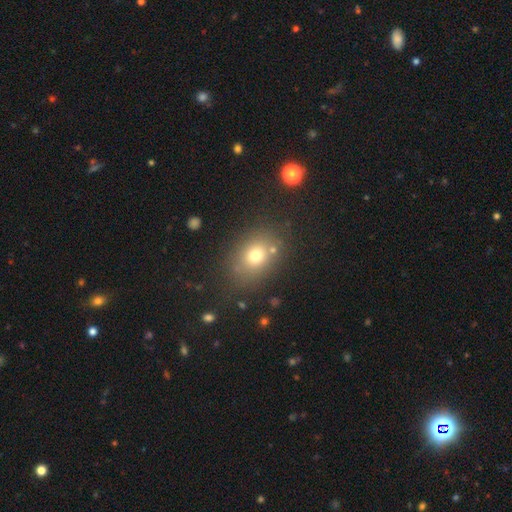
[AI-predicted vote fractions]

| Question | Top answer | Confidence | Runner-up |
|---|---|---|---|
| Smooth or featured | smooth | 71% | star or artifact (15%) |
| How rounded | in between | 57% | round (41%) |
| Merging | none | 76% | minor disturbance (12%) |